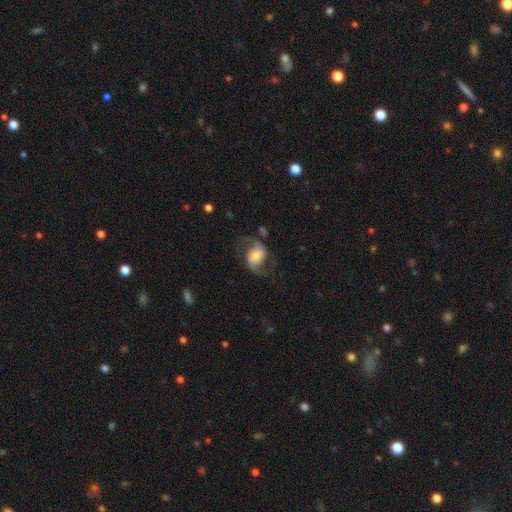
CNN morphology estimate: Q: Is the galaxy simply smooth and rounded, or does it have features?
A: featured or disk — 79%.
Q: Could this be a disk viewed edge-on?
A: no — 97%.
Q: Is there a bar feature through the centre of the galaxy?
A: no — 40%.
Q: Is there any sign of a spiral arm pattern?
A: yes — 94%.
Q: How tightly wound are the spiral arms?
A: loose — 58%.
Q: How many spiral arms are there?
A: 2 — 92%.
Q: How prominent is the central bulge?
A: moderate — 53%.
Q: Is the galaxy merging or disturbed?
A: none — 70%.